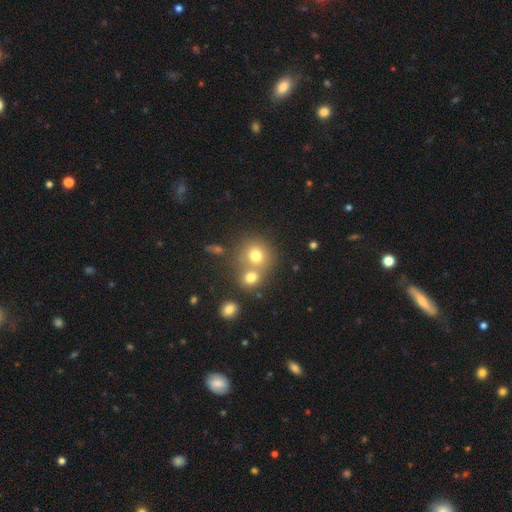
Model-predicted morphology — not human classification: smooth_or_featured: smooth (p=0.73) [alt: star or artifact p=0.14]
how_rounded: round (p=0.85) [alt: in between p=0.14]
merging: none (p=0.50) [alt: merger p=0.39]